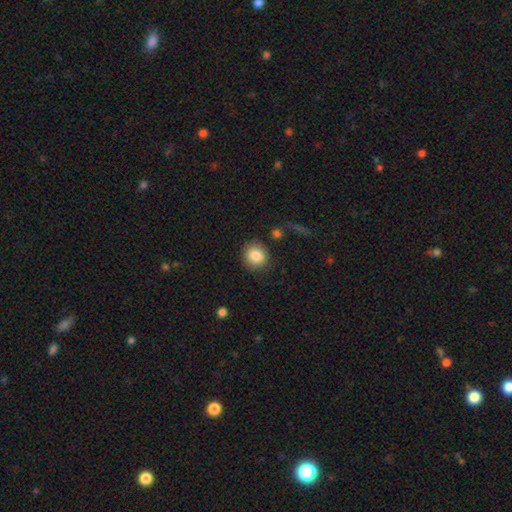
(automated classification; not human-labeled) Morphology: type=smooth (84%); roundness=round (85%); merging=none (86%).